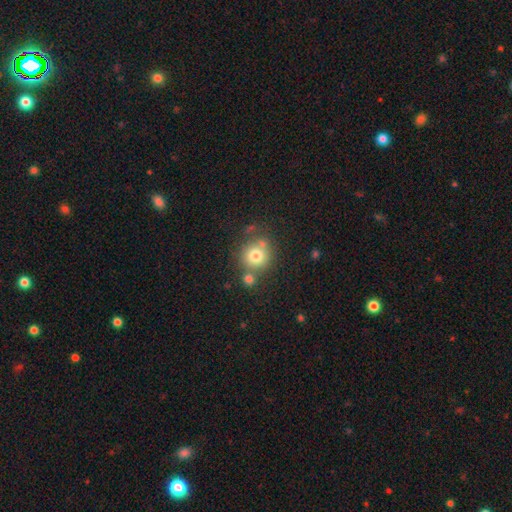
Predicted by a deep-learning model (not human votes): Smooth or featured: smooth — 75% (featured or disk — 13%)
How rounded: round — 90% (in between — 9%)
Merging: none — 64% (merger — 20%)